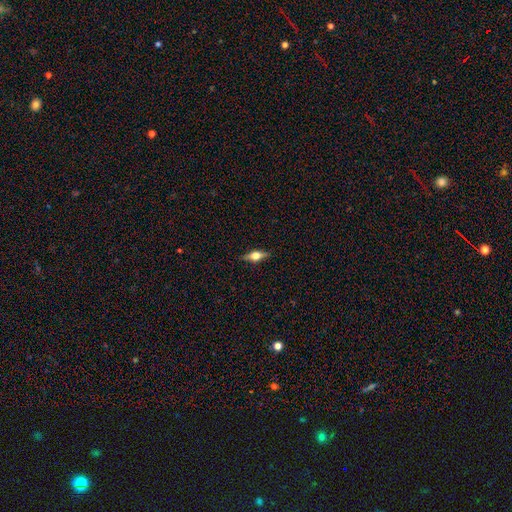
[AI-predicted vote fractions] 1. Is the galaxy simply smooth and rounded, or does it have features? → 53% featured or disk, 40% smooth, 8% star or artifact.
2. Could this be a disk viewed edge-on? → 93% yes, 7% no.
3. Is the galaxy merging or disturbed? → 86% none, 11% minor disturbance, 2% major disturbance, 1% merger.